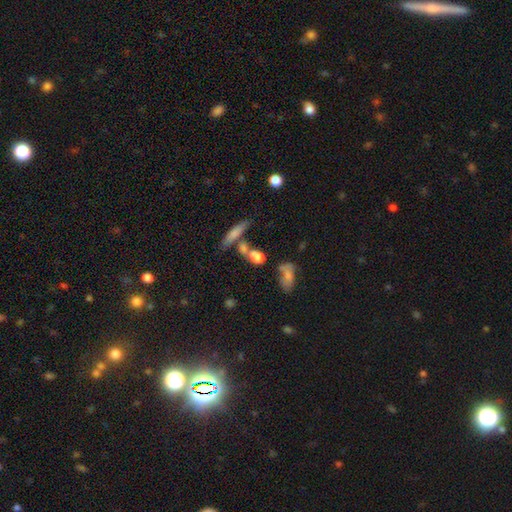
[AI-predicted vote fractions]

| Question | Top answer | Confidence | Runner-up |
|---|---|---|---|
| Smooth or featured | smooth | 50% | featured or disk (29%) |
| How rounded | cigar-shaped | 49% | in between (36%) |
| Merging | none | 58% | merger (21%) |